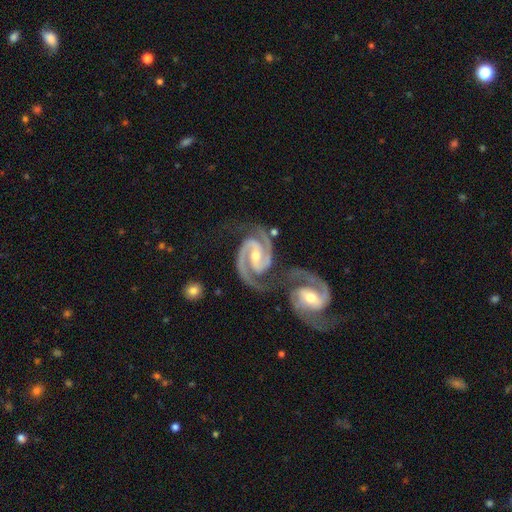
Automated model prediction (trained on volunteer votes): Q: Smooth or featured?
A: featured or disk (95%); runner-up: star or artifact (3%)
Q: Edge-on disk?
A: no (98%); runner-up: yes (2%)
Q: Bar?
A: strong (45%); runner-up: weak (37%)
Q: Spiral arms?
A: yes (99%); runner-up: no (1%)
Q: Spiral winding?
A: medium (52%); runner-up: tight (41%)
Q: Spiral arm count?
A: 2 (94%); runner-up: 3 (2%)
Q: Bulge size?
A: moderate (50%); runner-up: small (45%)
Q: Merging?
A: none (49%); runner-up: merger (32%)